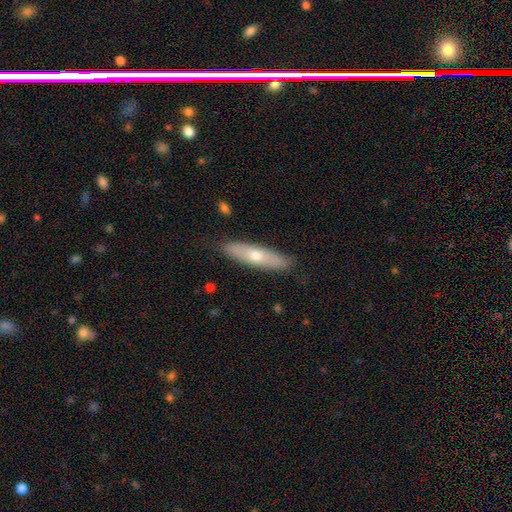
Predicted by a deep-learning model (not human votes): smooth-or-featured: smooth: 56% | featured or disk: 38% | star or artifact: 6%
  how-rounded: cigar-shaped: 68% | in between: 30% | round: 2%
  merging: none: 85% | minor disturbance: 12% | major disturbance: 2% | merger: 1%